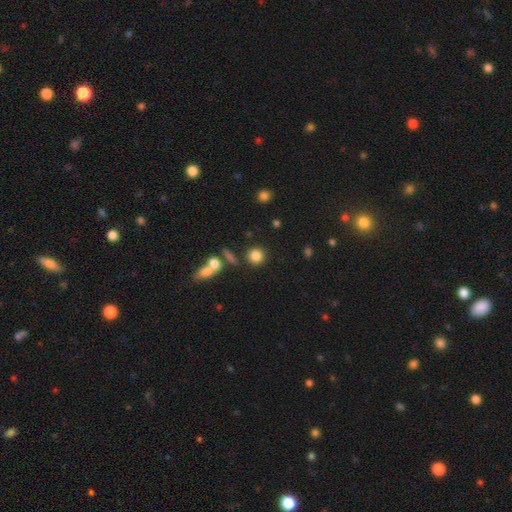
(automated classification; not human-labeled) Smooth or featured: smooth — 82% (star or artifact — 11%)
How rounded: round — 89% (in between — 10%)
Merging: none — 79% (merger — 9%)